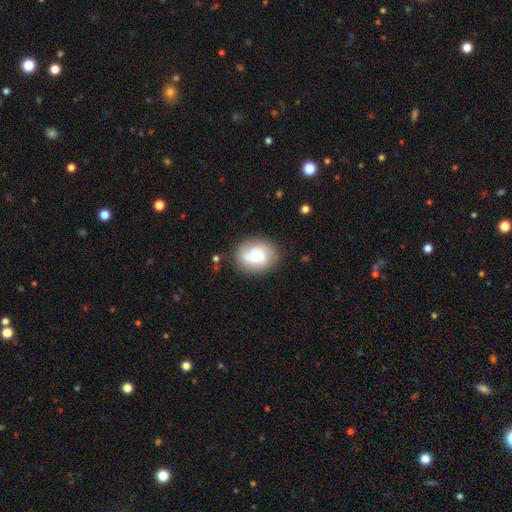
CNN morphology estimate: type=featured or disk (46%); merging=none (69%).